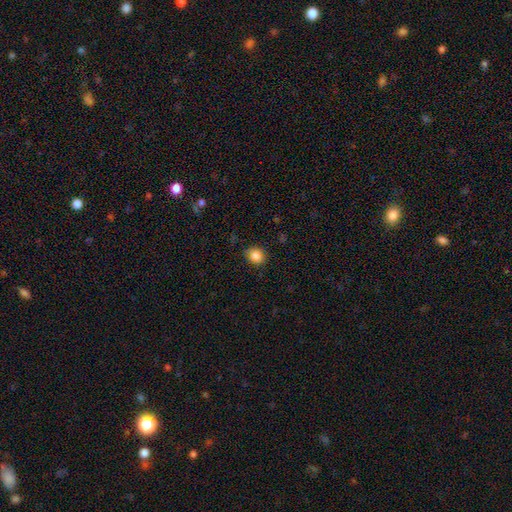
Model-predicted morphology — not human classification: A smooth galaxy with no disk features (85%) that is round (72%). Merging: none (85%).